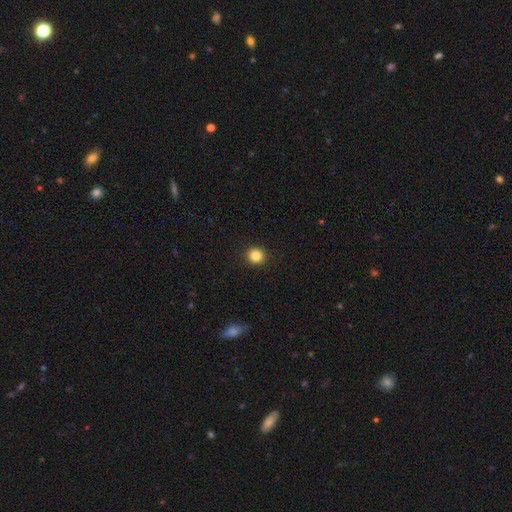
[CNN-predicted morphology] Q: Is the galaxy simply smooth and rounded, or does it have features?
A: smooth — 85%.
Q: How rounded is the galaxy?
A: round — 92%.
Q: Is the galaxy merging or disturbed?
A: none — 93%.